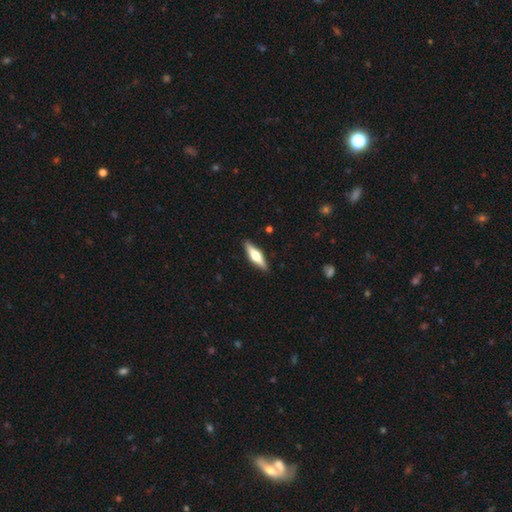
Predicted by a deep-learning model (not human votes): Overall: featured or disk (55%; smooth 40%). Edge-on disk: yes (95%). Edge-on bulge: rounded (92%). Merging: none (89%).